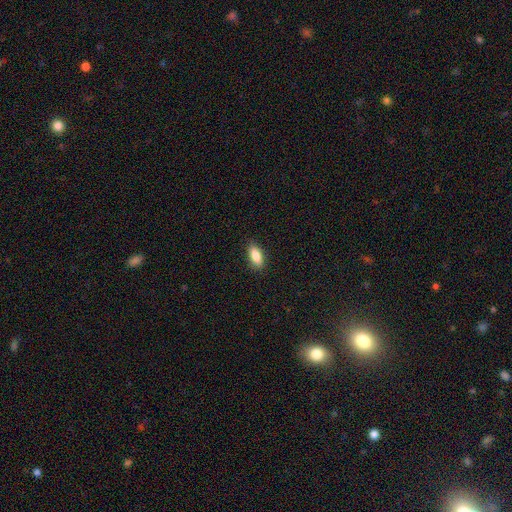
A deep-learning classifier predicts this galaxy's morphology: Smooth or featured? Predicted: smooth (p=0.85). How rounded? Predicted: in between (p=0.82). Merging? Predicted: none (p=0.87).